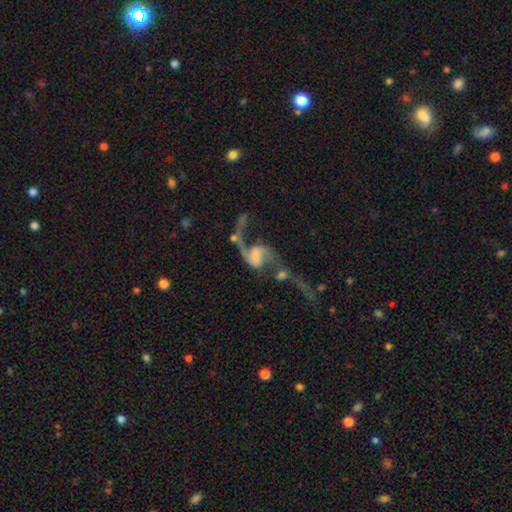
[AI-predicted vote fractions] A featured or disk galaxy (83%) with no bar (42%), 2 (88%) loose (86%) spiral arms (92%) and no central bulge (54%).

Vote fractions:
- Smooth or featured? featured or disk: 83% / smooth: 10% / star or artifact: 7%
- Edge-on disk? no: 97% / yes: 3%
- Bar? no: 42% / weak: 39% / strong: 19%
- Spiral arms? yes: 92% / no: 8%
- Spiral winding? loose: 86% / medium: 12% / tight: 3%
- Spiral arm count? 2: 88% / 1: 7% / can't tell: 2% / 3: 1% / 4: 1% / more than 4: 1%
- Bulge size? none: 54% / small: 15% / moderate: 15% / large: 13% / dominant: 4%
- Merging? merger: 42% / major disturbance: 24% / none: 24% / minor disturbance: 10%